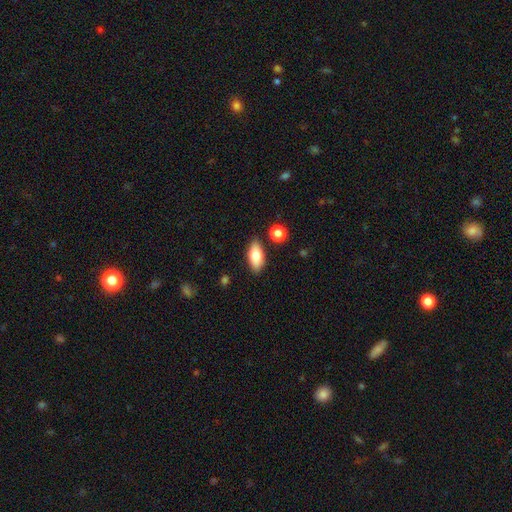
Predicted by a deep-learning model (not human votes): Smooth or featured: smooth — 77% (featured or disk — 16%)
How rounded: in between — 86% (cigar-shaped — 10%)
Merging: none — 85% (minor disturbance — 10%)